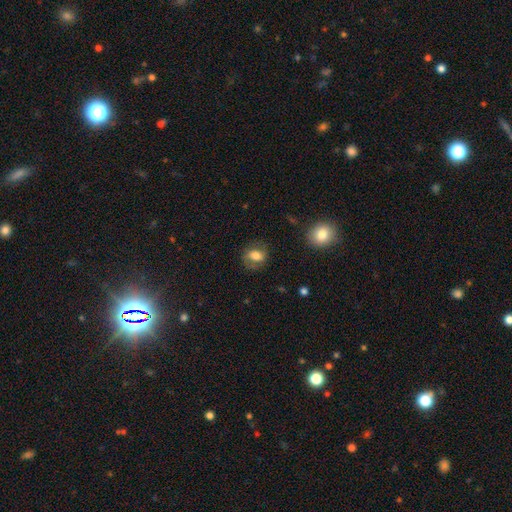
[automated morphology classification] Smooth or featured? Predicted: smooth (p=0.62). How rounded? Predicted: in between (p=0.58). Merging? Predicted: none (p=0.71).